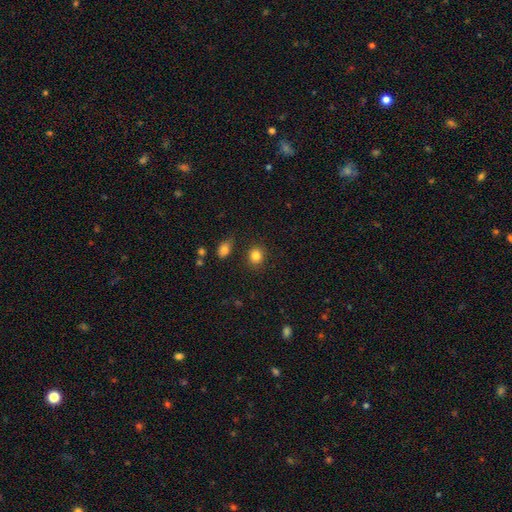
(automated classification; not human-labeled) The model was most divided on "how rounded": round: 76%, in between: 23%, cigar-shaped: 1%. More confident: merging — none (84%); smooth or featured — smooth (84%).